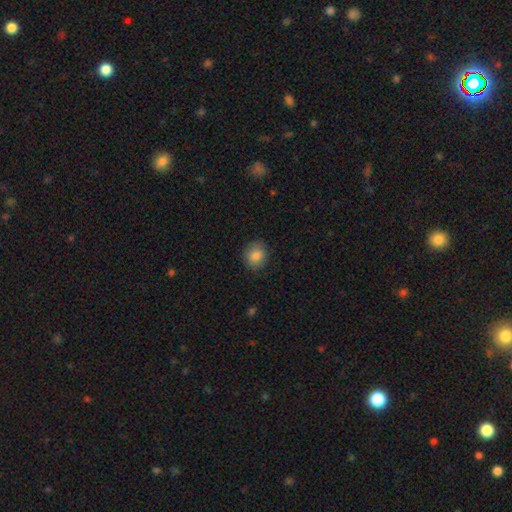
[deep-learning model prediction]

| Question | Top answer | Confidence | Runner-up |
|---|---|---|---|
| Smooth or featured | smooth | 85% | star or artifact (8%) |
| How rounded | round | 79% | in between (20%) |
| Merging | none | 84% | minor disturbance (12%) |